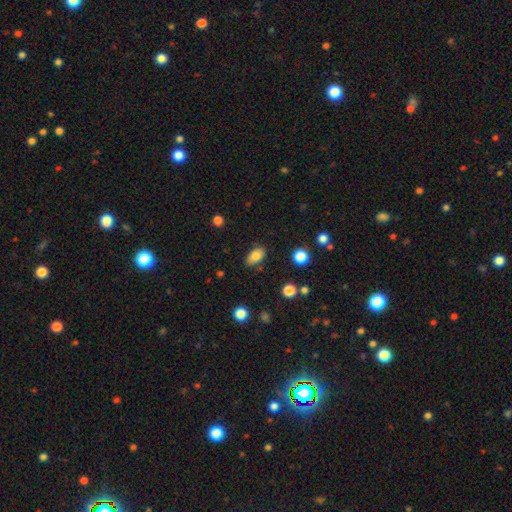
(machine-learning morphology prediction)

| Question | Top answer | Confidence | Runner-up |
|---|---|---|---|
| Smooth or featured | smooth | 80% | featured or disk (12%) |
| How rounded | in between | 90% | round (7%) |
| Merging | none | 83% | minor disturbance (12%) |